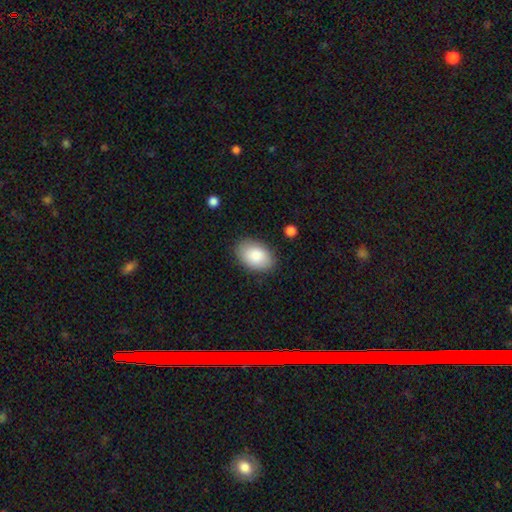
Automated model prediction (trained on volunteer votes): Q: Smooth or featured?
A: smooth (86%); runner-up: featured or disk (8%)
Q: How rounded?
A: in between (90%); runner-up: round (9%)
Q: Merging?
A: none (85%); runner-up: minor disturbance (11%)